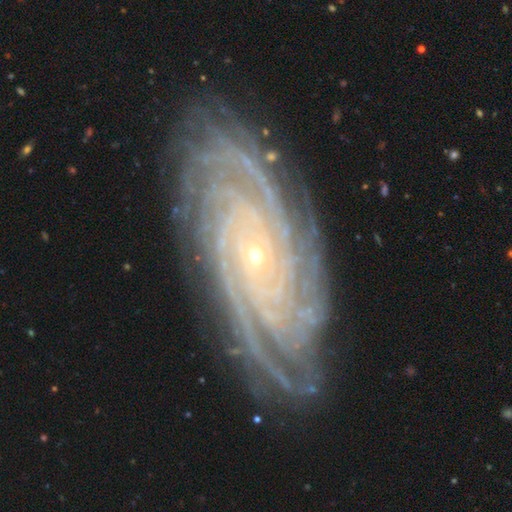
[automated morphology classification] This appears to be a featured or disk galaxy (91%) with no bar (76%), more than 4 (36%) tight (85%) spiral arms (99%) and a small central bulge (85%). Merging: none (84%).